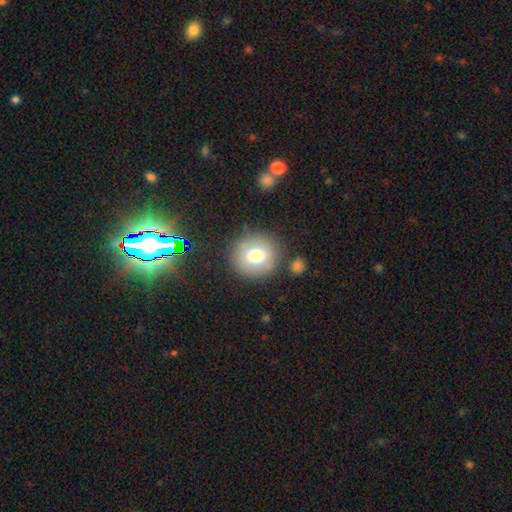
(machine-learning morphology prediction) This appears to be a smooth galaxy with no disk features (72%) that is round (89%). Merging: none (81%).